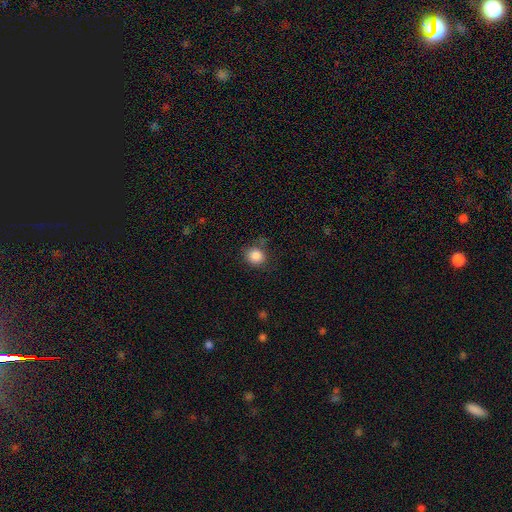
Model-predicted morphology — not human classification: A smooth galaxy with no disk features (86%) that is round (82%). Merging: none (77%).